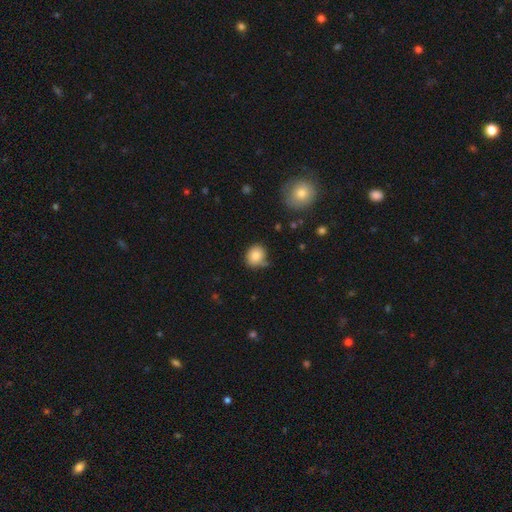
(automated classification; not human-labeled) Overall: smooth (83%). How rounded: round (74%). Merging: none (67%).